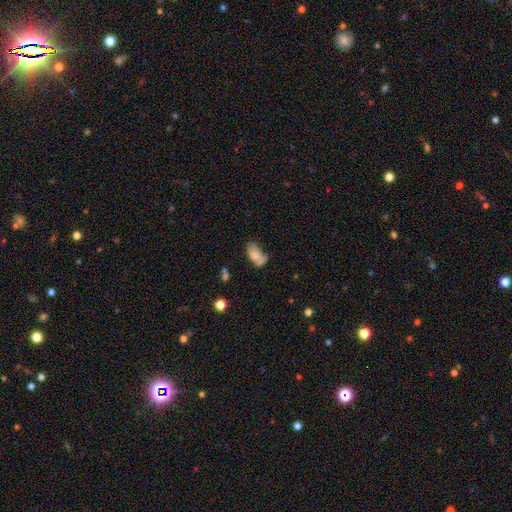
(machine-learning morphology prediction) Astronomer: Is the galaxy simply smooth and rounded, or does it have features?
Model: smooth — 72%.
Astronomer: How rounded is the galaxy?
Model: in between — 89%.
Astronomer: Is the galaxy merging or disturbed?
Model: merger — 31%, tied with none at 31%.